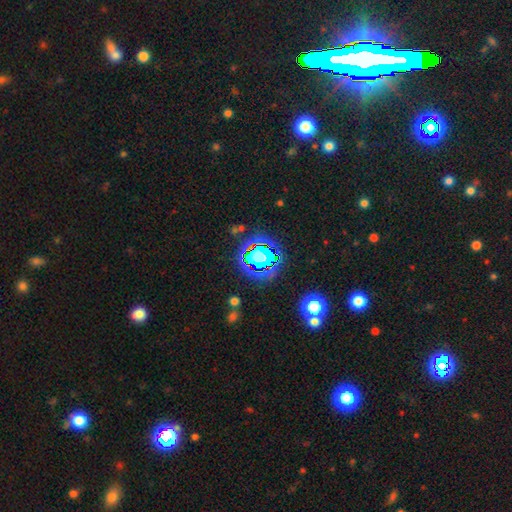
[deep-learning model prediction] smooth-or-featured: star or artifact: 62% | smooth: 23% | featured or disk: 14%